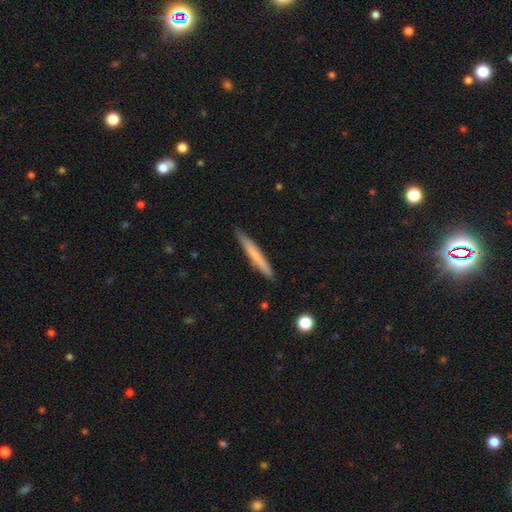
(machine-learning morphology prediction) This appears to be a smooth galaxy with no disk features (67%) that is cigar-shaped (96%). Merging: none (89%).